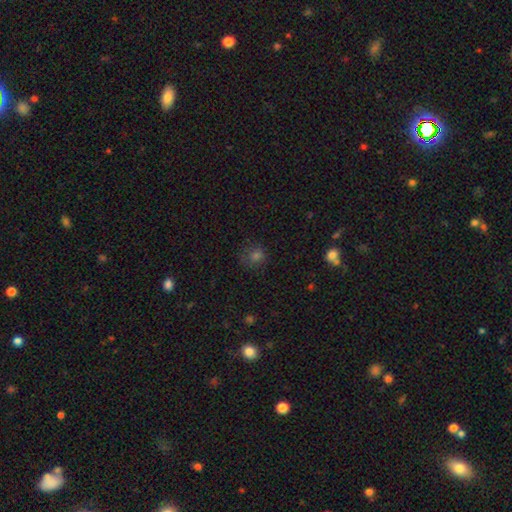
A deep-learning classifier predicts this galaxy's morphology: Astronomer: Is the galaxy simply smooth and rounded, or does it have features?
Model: smooth — 66%.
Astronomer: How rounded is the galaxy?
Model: round — 79%.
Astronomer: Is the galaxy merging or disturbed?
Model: none — 74%.